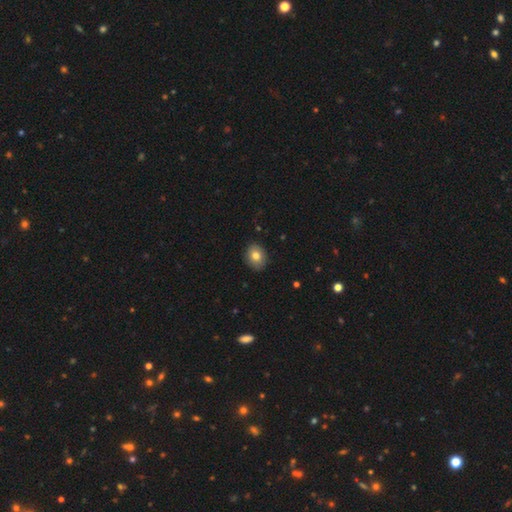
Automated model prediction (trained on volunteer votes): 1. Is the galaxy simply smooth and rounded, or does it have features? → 79% smooth, 12% featured or disk, 9% star or artifact.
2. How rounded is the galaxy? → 50% round, 49% in between, 1% cigar-shaped.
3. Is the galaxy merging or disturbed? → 87% none, 10% minor disturbance, 2% major disturbance, 1% merger.